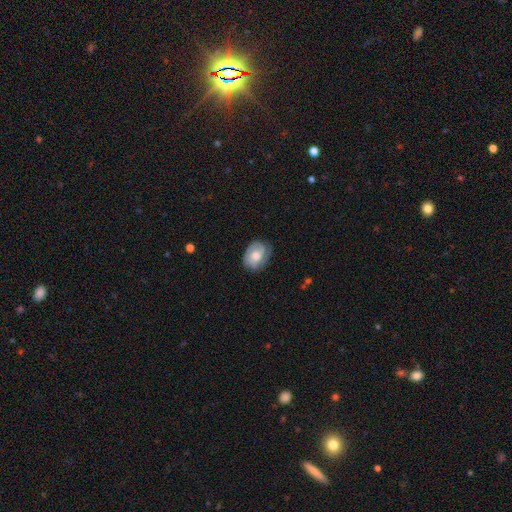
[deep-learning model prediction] Q: Smooth or featured?
A: featured or disk (63%); runner-up: smooth (30%)
Q: Edge-on disk?
A: no (96%); runner-up: yes (4%)
Q: Bar?
A: no (72%); runner-up: weak (24%)
Q: Spiral arms?
A: yes (87%); runner-up: no (13%)
Q: Spiral winding?
A: tight (57%); runner-up: medium (32%)
Q: Spiral arm count?
A: 2 (35%); runner-up: can't tell (28%)
Q: Bulge size?
A: moderate (62%); runner-up: small (18%)
Q: Merging?
A: none (71%); runner-up: minor disturbance (21%)